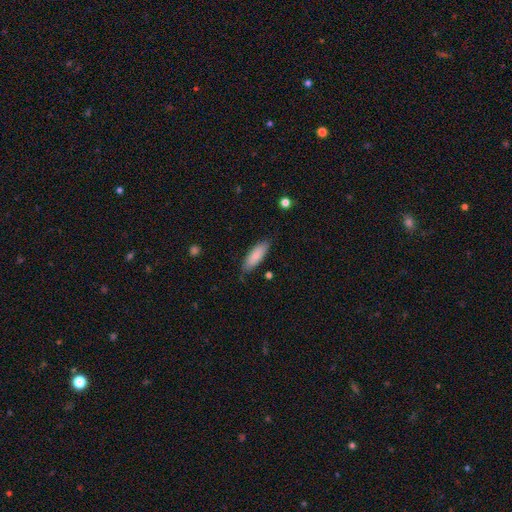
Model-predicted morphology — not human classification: The model was most divided on "how rounded": in between: 60%, cigar-shaped: 38%, round: 2%. More confident: smooth or featured — smooth (82%); merging — none (80%).